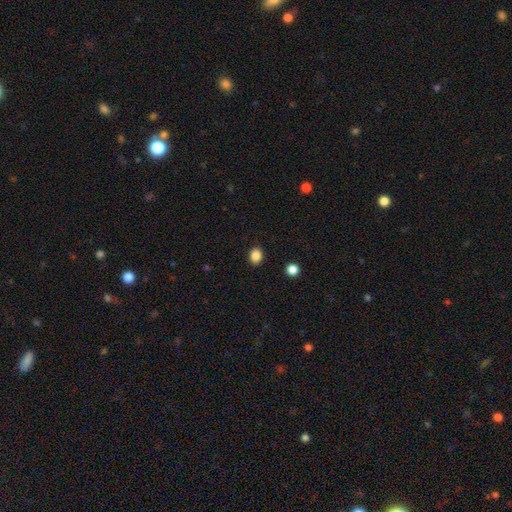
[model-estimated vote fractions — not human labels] Q: Smooth or featured?
A: smooth (86%); runner-up: star or artifact (10%)
Q: How rounded?
A: in between (50%); runner-up: round (49%)
Q: Merging?
A: none (90%); runner-up: minor disturbance (6%)